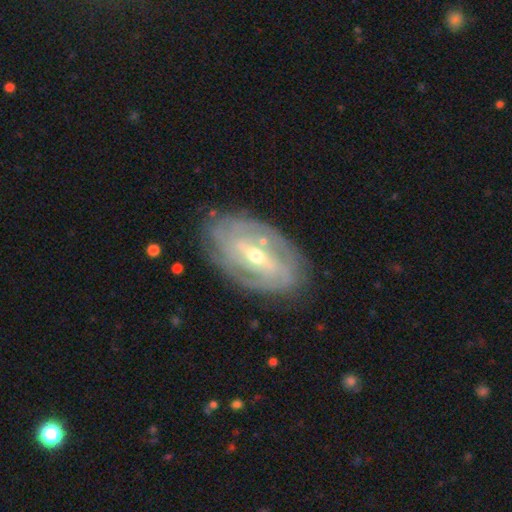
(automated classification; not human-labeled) Morphology: type=featured or disk (85%); edge-on=no (94%); bar=weak (41%); spiral arms=yes (92%); winding=tight (69%); arm count=can't tell (33%); bulge=moderate (53%); merging=none (80%).